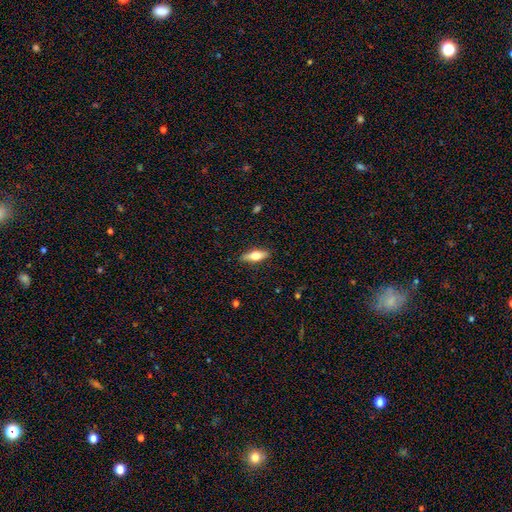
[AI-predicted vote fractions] A smooth galaxy with no disk features (57%) that is in between round and cigar-shaped (54%). Merging: none (87%).